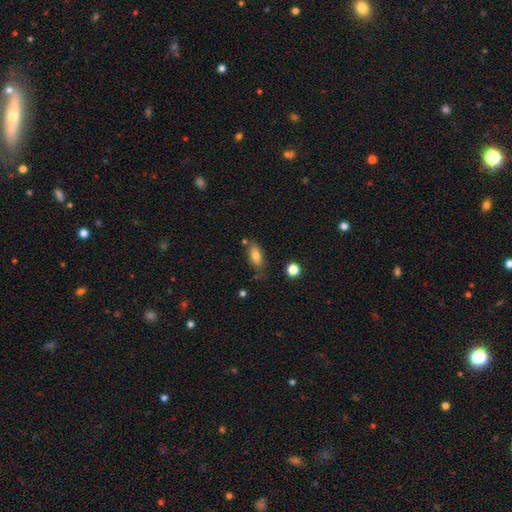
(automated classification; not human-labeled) smooth_or_featured: smooth (p=0.75) [alt: featured or disk p=0.17]
how_rounded: in between (p=0.81) [alt: cigar-shaped p=0.15]
merging: none (p=0.70) [alt: minor disturbance p=0.19]